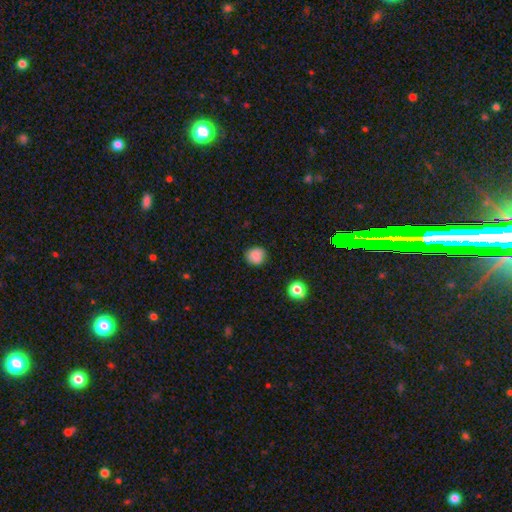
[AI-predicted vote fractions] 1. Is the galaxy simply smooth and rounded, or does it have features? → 84% smooth, 10% star or artifact, 5% featured or disk.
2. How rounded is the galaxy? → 83% round, 16% in between, 1% cigar-shaped.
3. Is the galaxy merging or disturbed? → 81% none, 14% minor disturbance, 3% major disturbance, 1% merger.